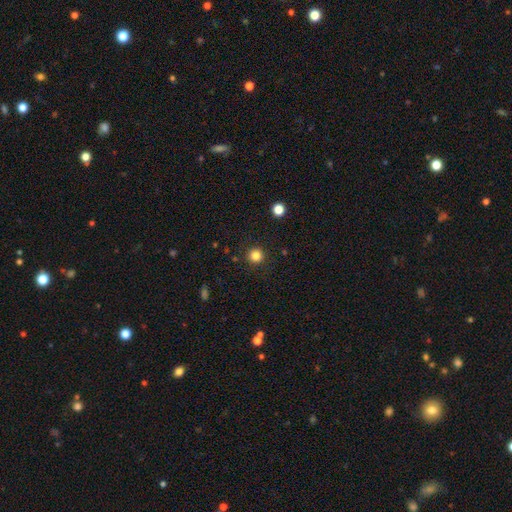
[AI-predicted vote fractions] The model was most divided on "smooth or featured": smooth: 83%, star or artifact: 12%, featured or disk: 4%. More confident: how rounded — round (95%); merging — none (91%).